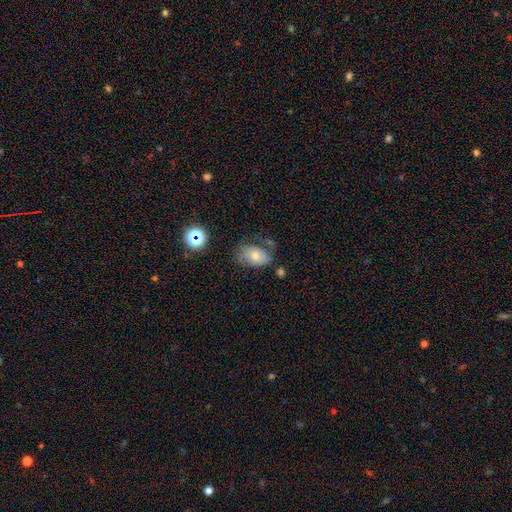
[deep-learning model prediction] Q: Smooth or featured?
A: smooth (68%); runner-up: featured or disk (21%)
Q: How rounded?
A: in between (83%); runner-up: round (16%)
Q: Merging?
A: none (51%); runner-up: minor disturbance (29%)